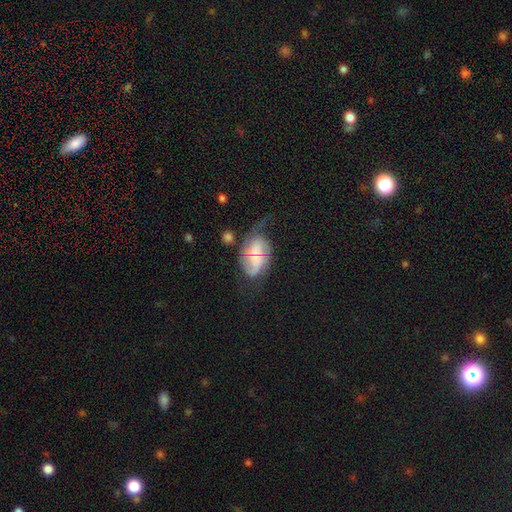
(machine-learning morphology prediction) type=featured or disk (66%); edge-on=no (96%); bar=no (58%); spiral arms=yes (85%); winding=medium (40%); arm count=2 (59%); bulge=small (53%); merging=major disturbance (35%).